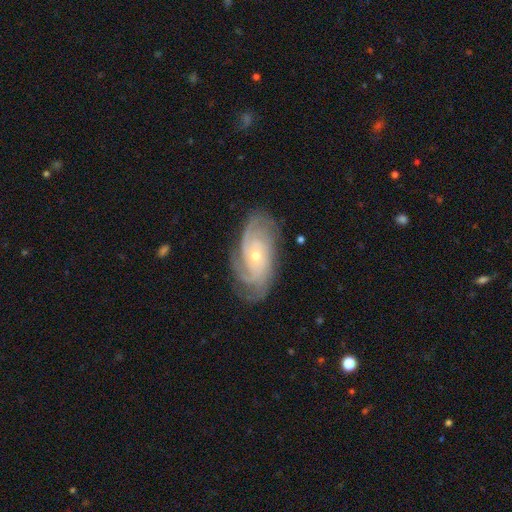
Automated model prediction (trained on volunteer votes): Smooth or featured? featured or disk (88%)
Edge-on disk? no (96%)
Bar? no (74%)
Spiral arms? yes (98%)
Spiral winding? tight (68%)
Spiral arm count? 3 (29%)
Bulge size? small (63%)
Merging? none (78%)